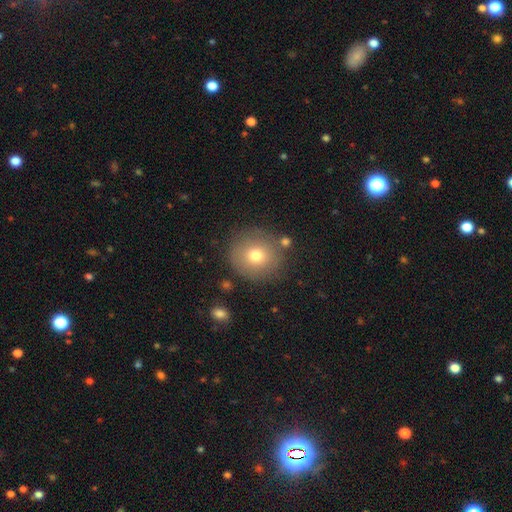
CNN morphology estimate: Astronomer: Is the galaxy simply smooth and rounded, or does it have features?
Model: smooth — 73%.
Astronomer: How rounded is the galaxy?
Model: round — 90%.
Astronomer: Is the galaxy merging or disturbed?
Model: none — 82%.